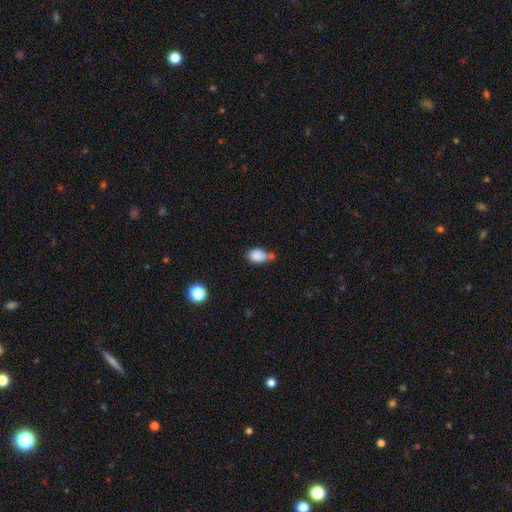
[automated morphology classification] smooth_or_featured: smooth (p=0.84) [alt: star or artifact p=0.10]
how_rounded: in between (p=0.73) [alt: round p=0.25]
merging: none (p=0.34) [alt: minor disturbance p=0.32]